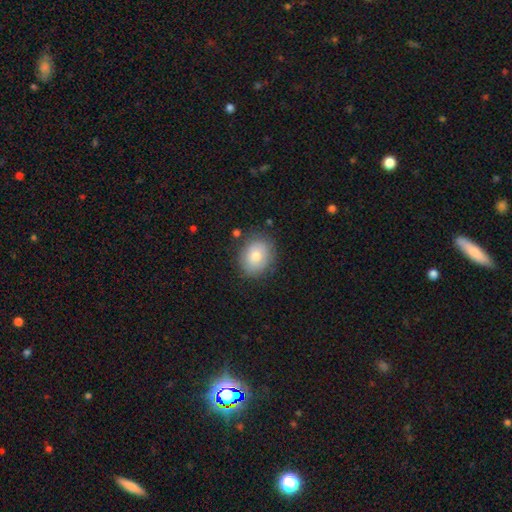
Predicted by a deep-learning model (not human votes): A smooth galaxy with no disk features (76%) that is round (51%).

Vote fractions:
- Smooth or featured? smooth: 76% / featured or disk: 16% / star or artifact: 8%
- How rounded? round: 51% / in between: 48% / cigar-shaped: 1%
- Merging? none: 81% / minor disturbance: 14% / major disturbance: 4% / merger: 2%